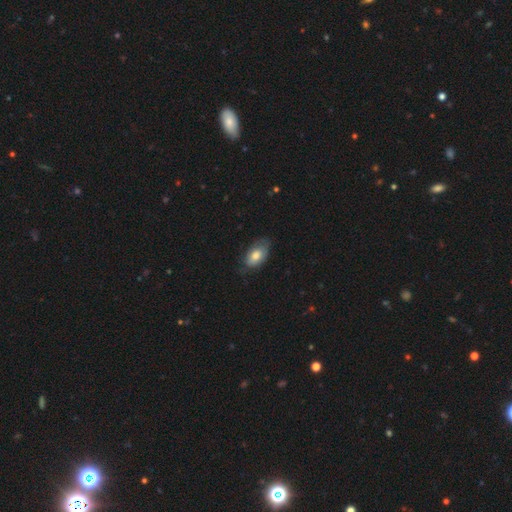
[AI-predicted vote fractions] The model was most divided on "merging": none: 63%, minor disturbance: 29%, major disturbance: 7%, merger: 1%. More confident: how rounded — in between (92%); smooth or featured — smooth (73%).